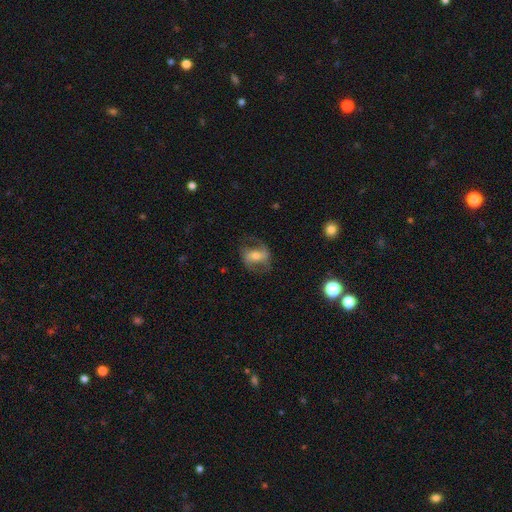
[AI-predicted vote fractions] Morphology: type=featured or disk (59%); edge-on=no (94%); bar=strong (36%); spiral arms=yes (73%); bulge=moderate (59%); merging=none (65%).